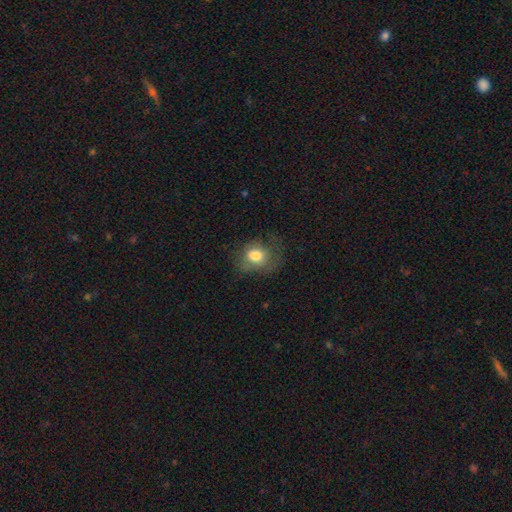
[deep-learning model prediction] Smooth or featured? Predicted: smooth (p=0.75). How rounded? Predicted: round (p=0.55). Merging? Predicted: none (p=0.51).